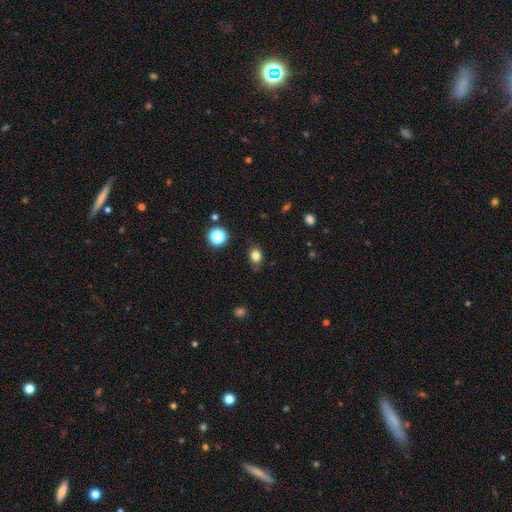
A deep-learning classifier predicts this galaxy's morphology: Q: Smooth or featured?
A: smooth (81%); runner-up: star or artifact (12%)
Q: How rounded?
A: in between (60%); runner-up: round (39%)
Q: Merging?
A: none (80%); runner-up: minor disturbance (15%)